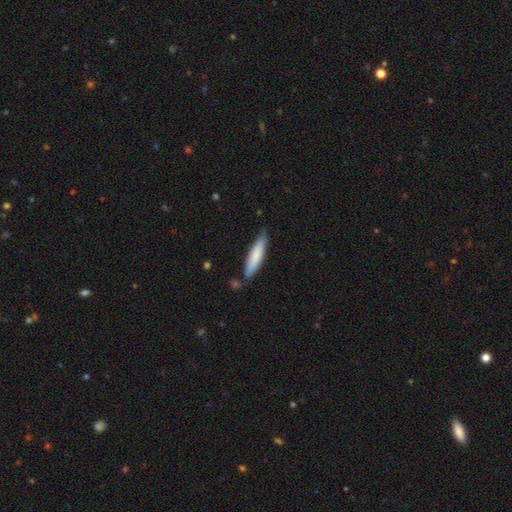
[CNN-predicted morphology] Overall: smooth (77%). How rounded: cigar-shaped (79%). Merging: none (77%).